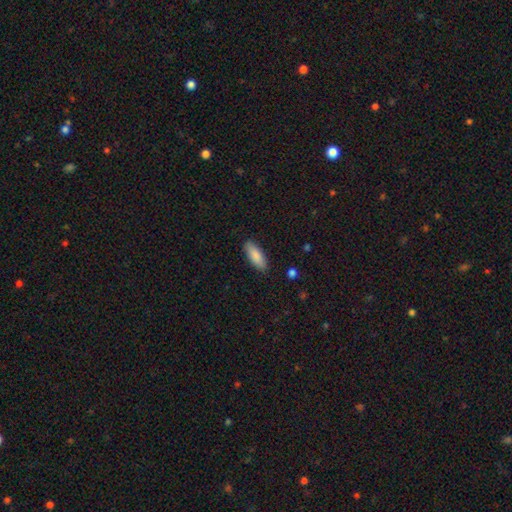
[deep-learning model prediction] This is clearly a smooth galaxy (87%). How rounded: likely in between (70%). Merging: clearly none (88%).